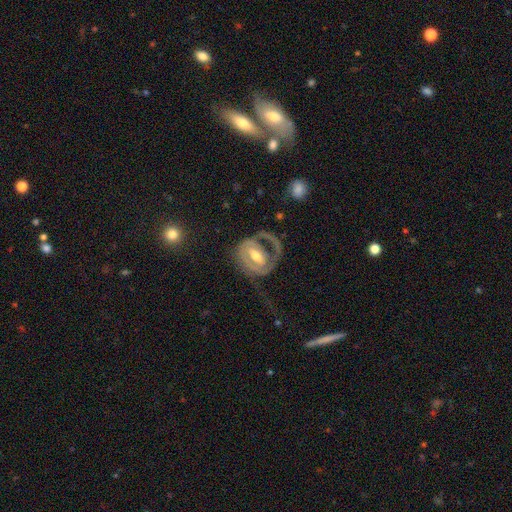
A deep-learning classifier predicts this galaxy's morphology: Smooth or featured? Predicted: featured or disk (p=0.81). Edge-on disk? Predicted: no (p=0.96). Bar? Predicted: weak (p=0.44). Spiral arms? Predicted: yes (p=0.81). Spiral winding? Predicted: tight (p=0.46). Spiral arm count? Predicted: 2 (p=0.43). Bulge size? Predicted: moderate (p=0.67). Merging? Predicted: none (p=0.45).